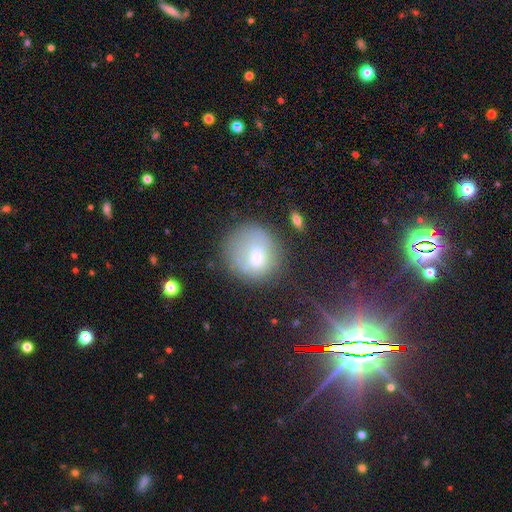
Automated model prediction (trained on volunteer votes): This appears to be a smooth galaxy with no disk features (68%) that is round (83%). Merging: none (63%).